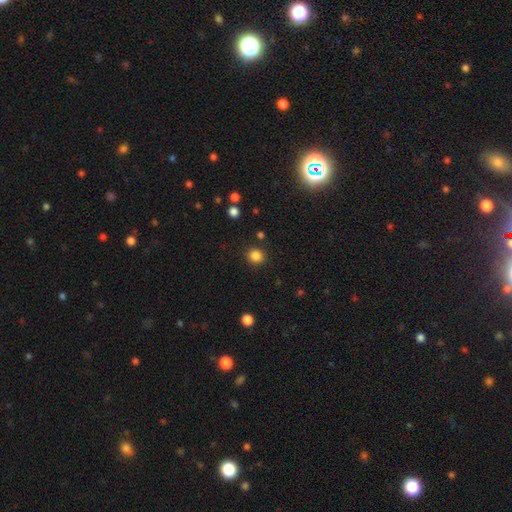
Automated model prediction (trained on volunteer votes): smooth-or-featured: smooth: 85% | star or artifact: 12% | featured or disk: 4%
  how-rounded: round: 86% | in between: 13% | cigar-shaped: 1%
  merging: none: 89% | minor disturbance: 7% | major disturbance: 3% | merger: 2%